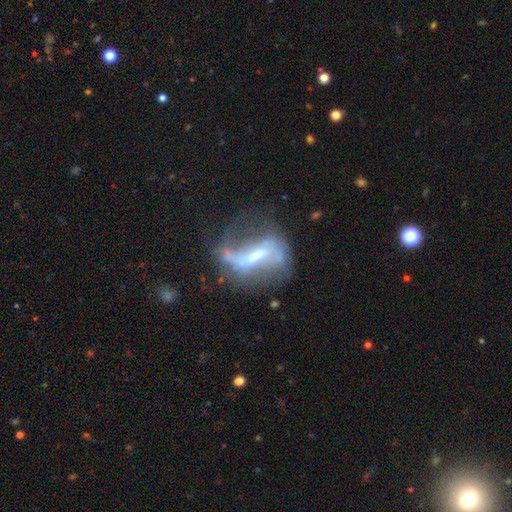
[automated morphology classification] type=featured or disk (75%); edge-on=no (93%); bar=weak (41%); spiral arms=yes (75%); winding=loose (74%); arm count=2 (67%); bulge=small (51%); merging=none (36%).